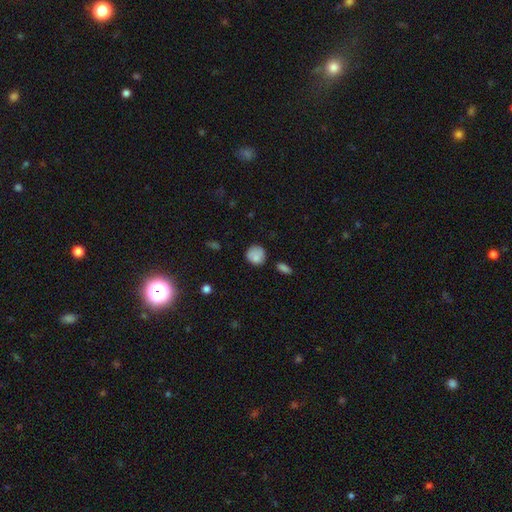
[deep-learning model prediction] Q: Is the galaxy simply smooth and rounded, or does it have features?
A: smooth — 82%.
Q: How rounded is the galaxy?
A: round — 85%.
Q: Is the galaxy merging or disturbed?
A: none — 71%.